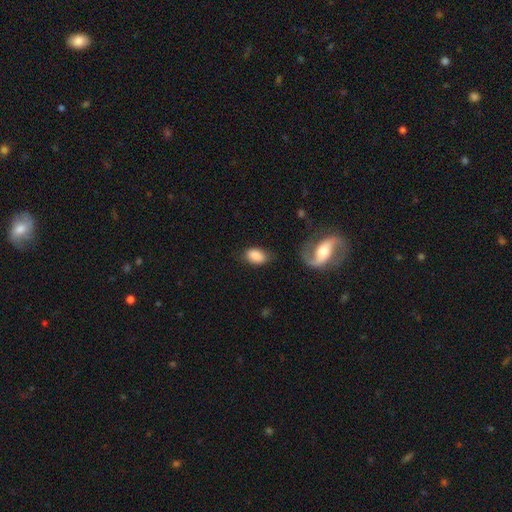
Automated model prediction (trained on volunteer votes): Overall: smooth (82%). How rounded: in between (89%). Merging: none (68%).